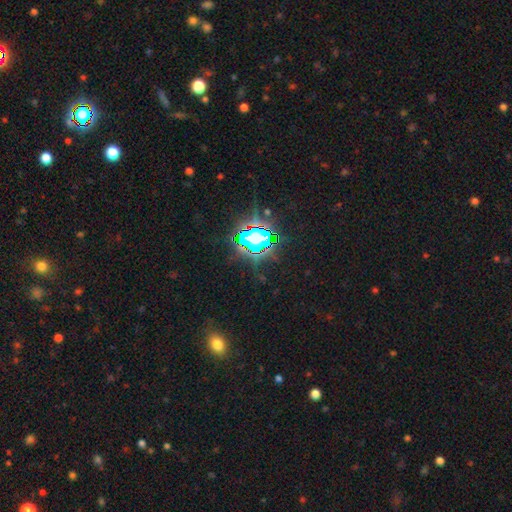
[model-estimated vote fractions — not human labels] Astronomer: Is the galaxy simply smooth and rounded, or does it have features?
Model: star or artifact — 79%.